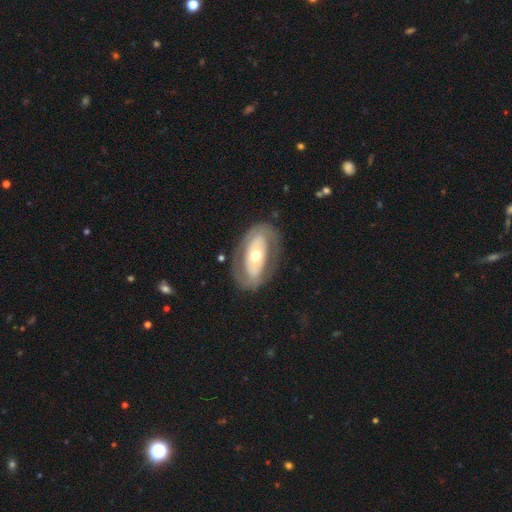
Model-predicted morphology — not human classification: smooth-or-featured: featured or disk: 69% | smooth: 26% | star or artifact: 5%
  disk-edge-on: no: 92% | yes: 8%
    bar: no: 67% | strong: 17% | weak: 17%
    has-spiral-arms: no: 52% | yes: 48%
    bulge-size: moderate: 65% | small: 23% | large: 9% | dominant: 1% | none: 1%
  merging: none: 76% | minor disturbance: 14% | major disturbance: 8% | merger: 1%